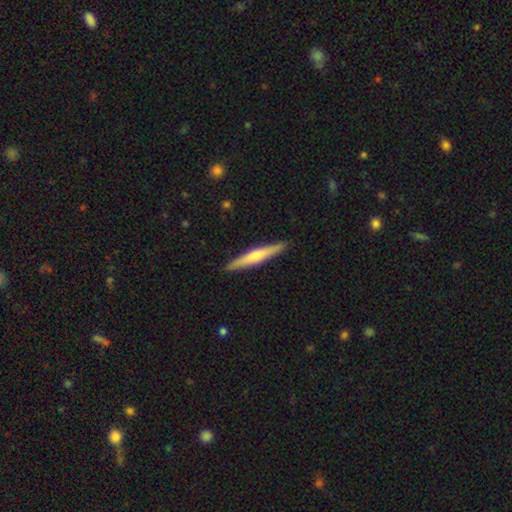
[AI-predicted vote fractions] smooth-or-featured: featured or disk: 49% | smooth: 46% | star or artifact: 5%
  merging: none: 91% | minor disturbance: 6% | major disturbance: 1% | merger: 1%